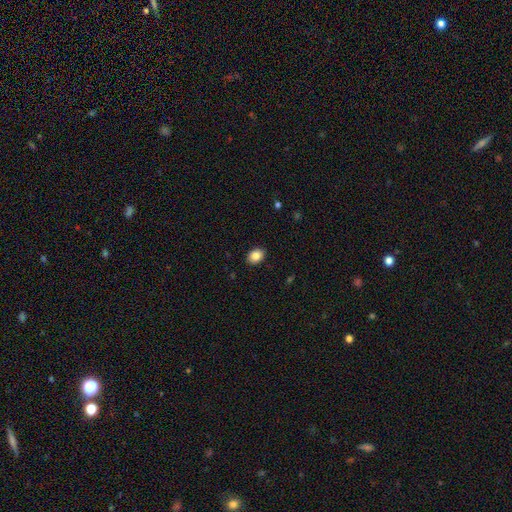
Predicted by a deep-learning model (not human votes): Smooth or featured? smooth (86%)
How rounded? in between (67%)
Merging? none (90%)